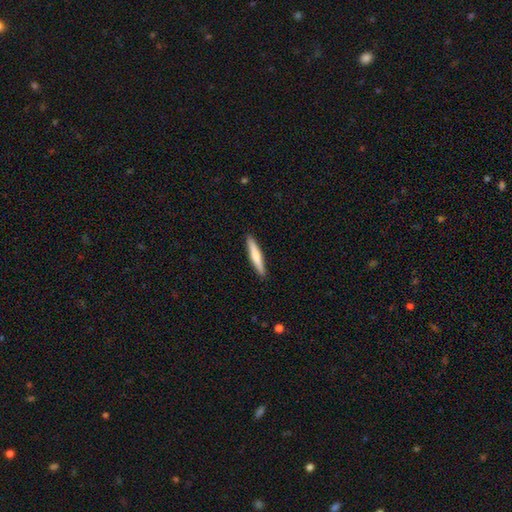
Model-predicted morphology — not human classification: Q: Smooth or featured?
A: smooth (64%); runner-up: featured or disk (31%)
Q: How rounded?
A: cigar-shaped (92%); runner-up: in between (6%)
Q: Merging?
A: none (91%); runner-up: minor disturbance (6%)